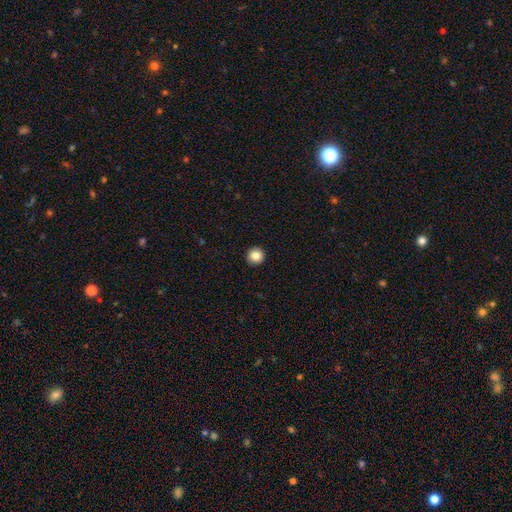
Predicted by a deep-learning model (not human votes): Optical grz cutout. It shows a smooth galaxy with no disk features (85%) that is round (95%). Merging: none (94%).